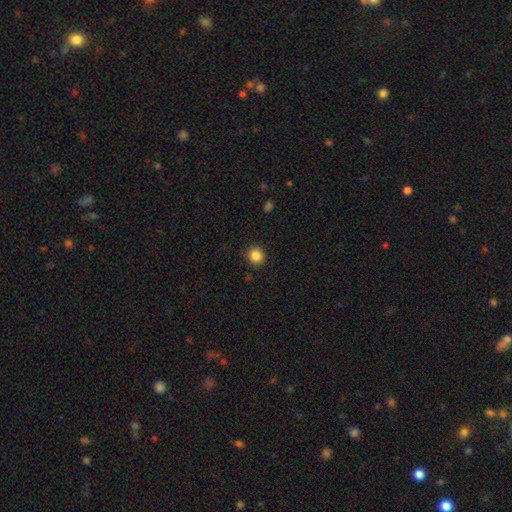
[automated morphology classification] Q: Smooth or featured?
A: smooth (86%); runner-up: star or artifact (11%)
Q: How rounded?
A: round (92%); runner-up: in between (7%)
Q: Merging?
A: none (90%); runner-up: minor disturbance (7%)